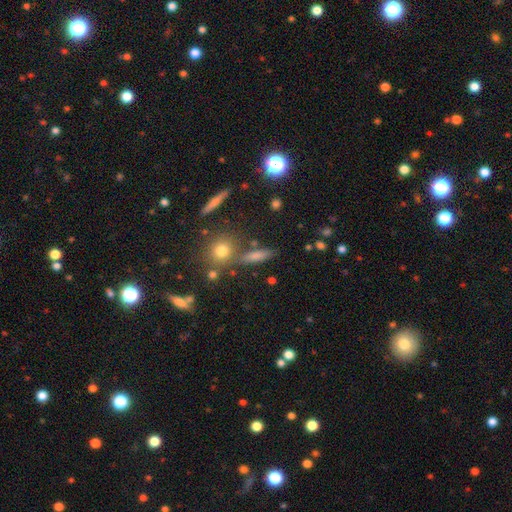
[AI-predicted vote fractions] Morphology: type=smooth (73%); roundness=cigar-shaped (56%); merging=none (72%).